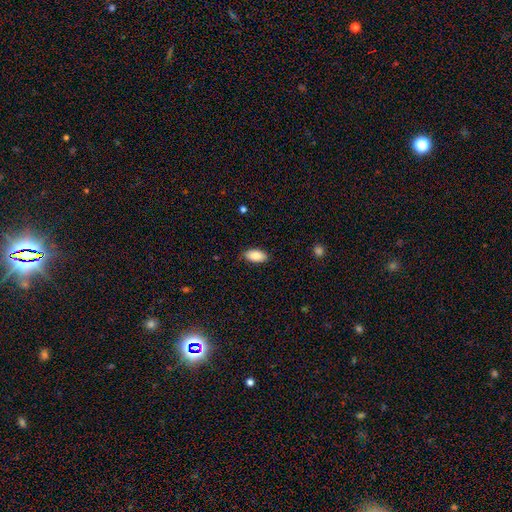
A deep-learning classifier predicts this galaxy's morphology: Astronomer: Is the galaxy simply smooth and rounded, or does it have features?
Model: smooth — 88%.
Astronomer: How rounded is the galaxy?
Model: in between — 93%.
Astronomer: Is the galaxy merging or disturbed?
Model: none — 86%.